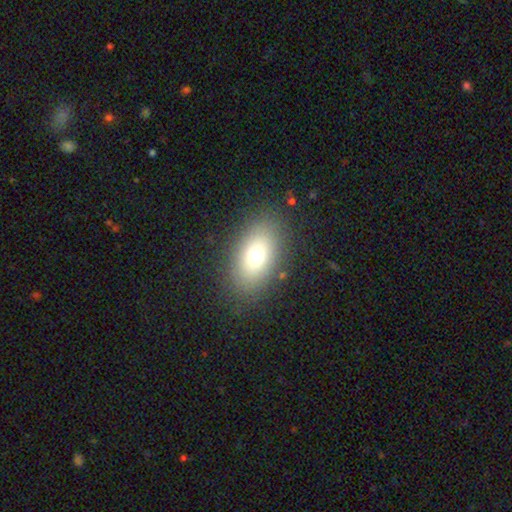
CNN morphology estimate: Overall: smooth (76%). How rounded: in between (90%). Merging: none (87%).